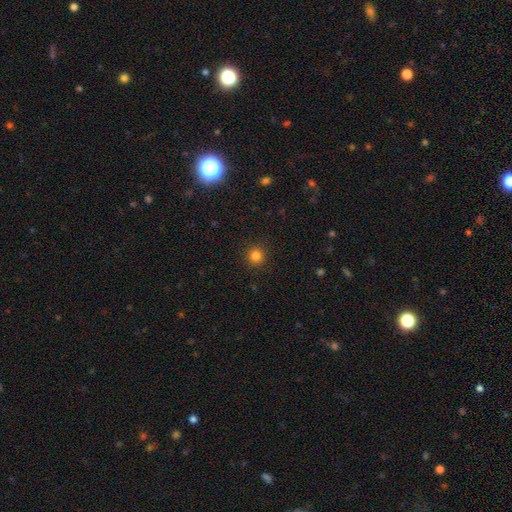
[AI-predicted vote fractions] Morphology: type=smooth (82%); roundness=round (94%); merging=none (92%).